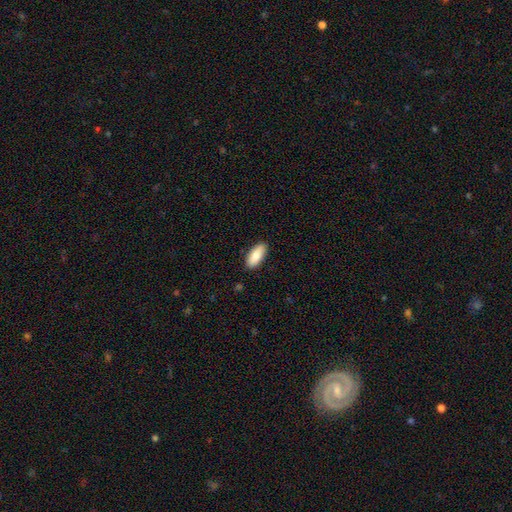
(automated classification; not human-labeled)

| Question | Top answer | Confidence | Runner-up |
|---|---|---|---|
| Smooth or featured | smooth | 85% | featured or disk (9%) |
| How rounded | in between | 84% | cigar-shaped (14%) |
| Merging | none | 88% | minor disturbance (9%) |